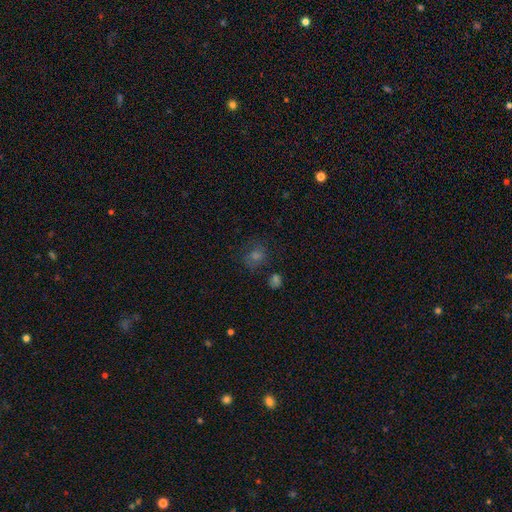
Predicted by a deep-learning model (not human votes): Morphology: type=smooth (45%); merging=none (74%).